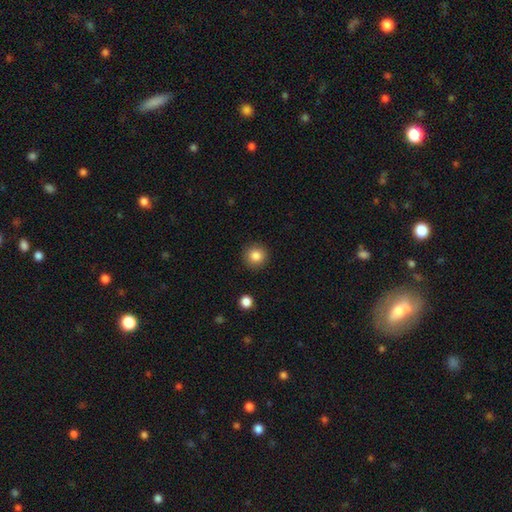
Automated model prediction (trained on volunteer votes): A smooth galaxy with no disk features (85%) that is round (93%).

Vote fractions:
- Smooth or featured? smooth: 85% / star or artifact: 10% / featured or disk: 5%
- How rounded? round: 93% / in between: 6% / cigar-shaped: 1%
- Merging? none: 90% / minor disturbance: 6% / major disturbance: 2% / merger: 1%